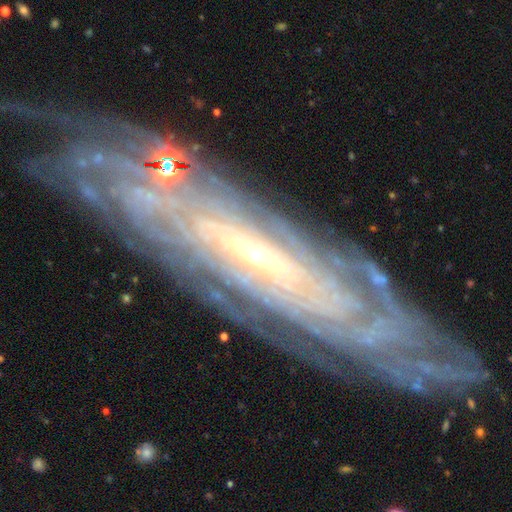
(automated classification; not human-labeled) This appears to be a featured or disk galaxy (83%) with no bar (44%), tight (83%) spiral arms (96%) and a small central bulge (74%). Merging: none (83%).